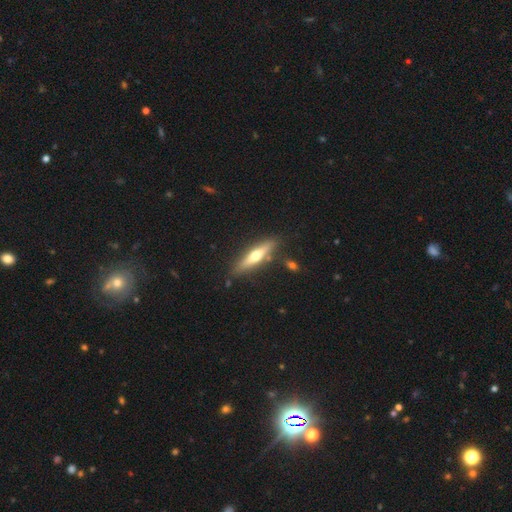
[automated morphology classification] smooth-or-featured: featured or disk: 55% | smooth: 40% | star or artifact: 6%
  disk-edge-on: yes: 91% | no: 9%
  merging: none: 83% | minor disturbance: 10% | merger: 4% | major disturbance: 3%